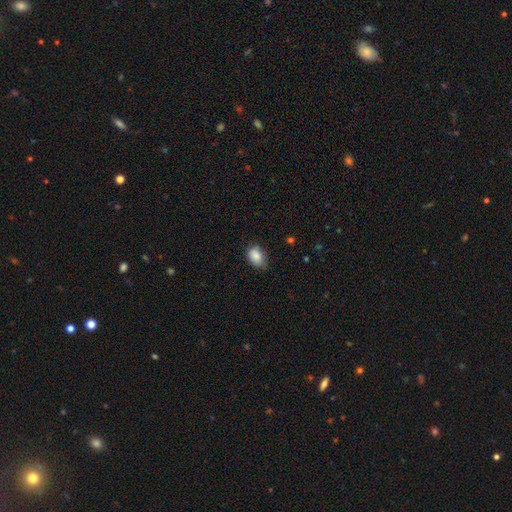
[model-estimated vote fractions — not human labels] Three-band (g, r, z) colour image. It shows a smooth galaxy with no disk features (87%) that is in between round and cigar-shaped (85%). Merging: none (64%).